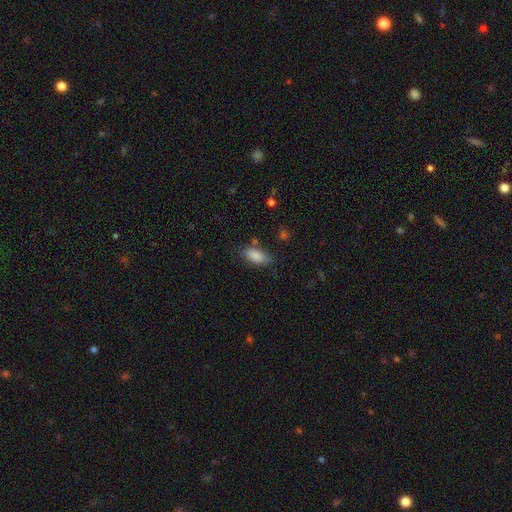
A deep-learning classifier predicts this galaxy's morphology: Overall: smooth (85%). How rounded: in between (88%). Merging: none (75%).